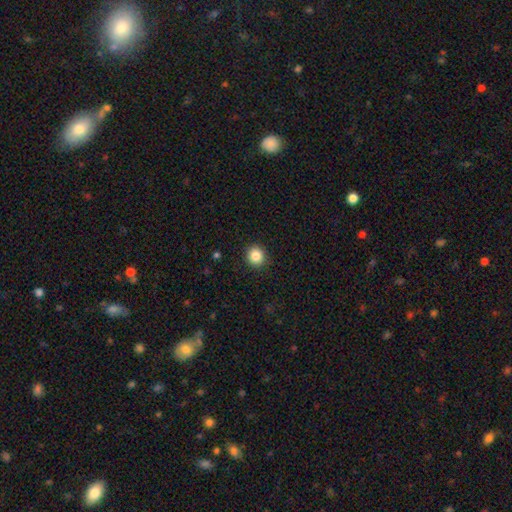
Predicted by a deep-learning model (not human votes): smooth-or-featured: smooth: 85% | star or artifact: 10% | featured or disk: 4%
  how-rounded: round: 90% | in between: 9% | cigar-shaped: 1%
  merging: none: 92% | minor disturbance: 6% | major disturbance: 2% | merger: 1%